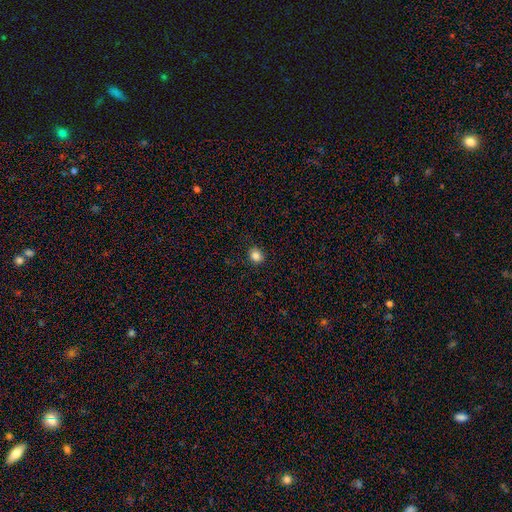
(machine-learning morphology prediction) Overall: smooth (85%). How rounded: round (66%; in between 33%). Merging: none (88%).